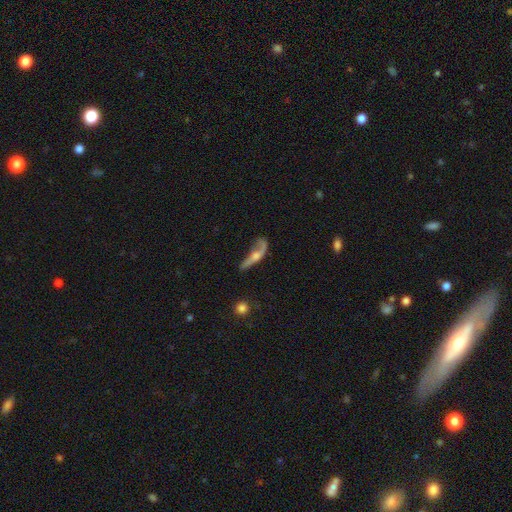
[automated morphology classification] This is possibly a featured or disk galaxy (57%). It is possibly not viewed edge-on (54%). Merging: marginally major disturbance (41%).